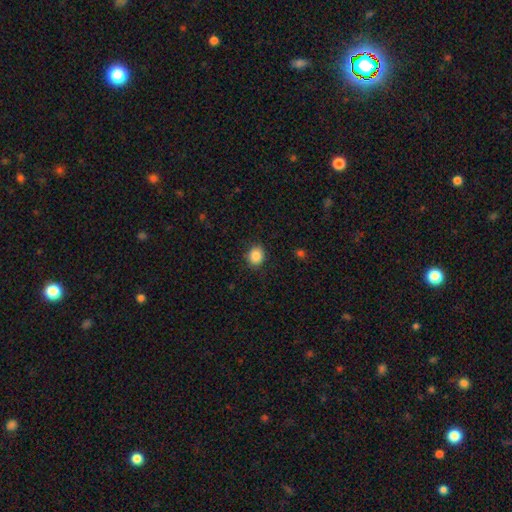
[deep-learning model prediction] smooth-or-featured: smooth: 87% | star or artifact: 9% | featured or disk: 4%
  how-rounded: round: 67% | in between: 32% | cigar-shaped: 1%
  merging: none: 86% | minor disturbance: 10% | major disturbance: 3% | merger: 1%